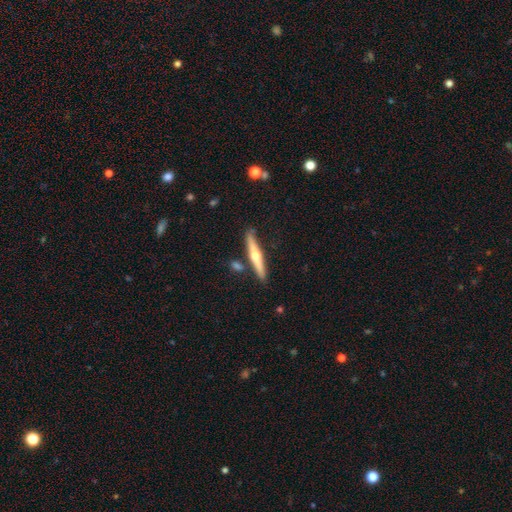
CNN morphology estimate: Smooth or featured: featured or disk — 62% (smooth — 32%)
Edge-on disk: yes — 96% (no — 4%)
Edge-on bulge: rounded — 92% (none — 6%)
Merging: none — 83% (minor disturbance — 9%)